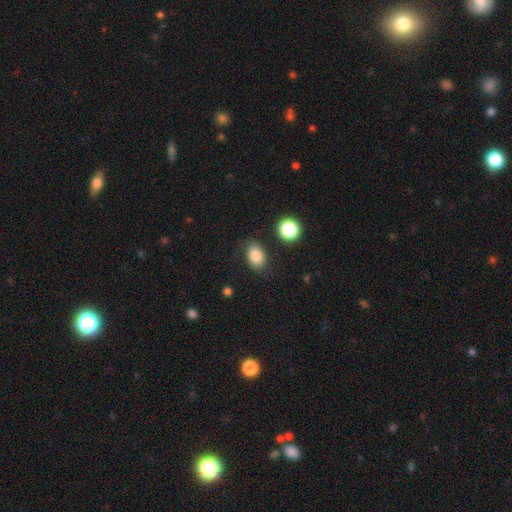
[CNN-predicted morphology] Smooth or featured? smooth (84%)
How rounded? in between (81%)
Merging? none (79%)